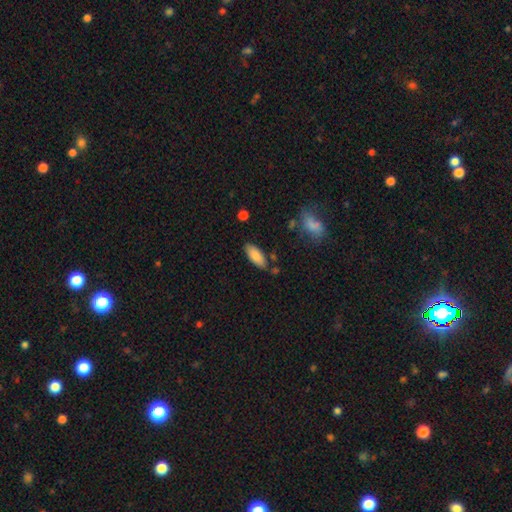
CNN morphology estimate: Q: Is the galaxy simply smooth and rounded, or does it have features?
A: smooth — 85%.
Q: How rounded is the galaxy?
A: in between — 81%.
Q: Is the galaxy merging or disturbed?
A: none — 80%.